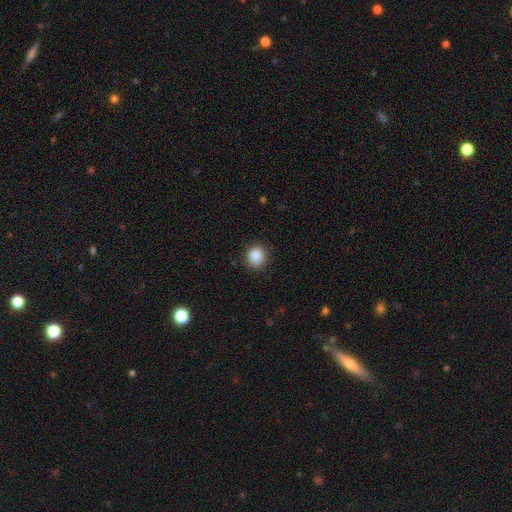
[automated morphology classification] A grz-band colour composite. It shows a smooth galaxy with no disk features (88%) that is round (79%). Merging: none (87%).